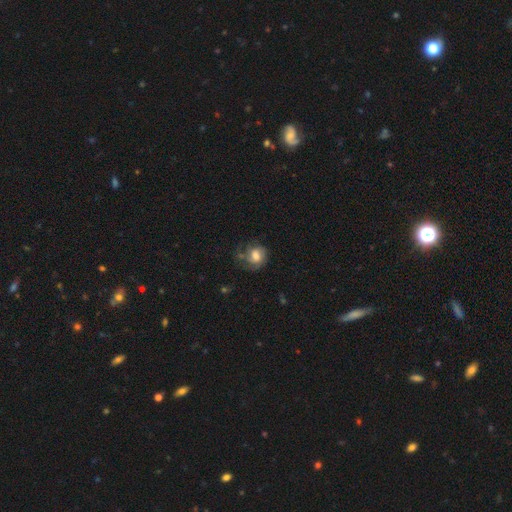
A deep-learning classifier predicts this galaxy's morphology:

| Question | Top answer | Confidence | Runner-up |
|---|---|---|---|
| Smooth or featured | smooth | 50% | featured or disk (41%) |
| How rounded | round | 68% | in between (31%) |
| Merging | none | 49% | minor disturbance (26%) |